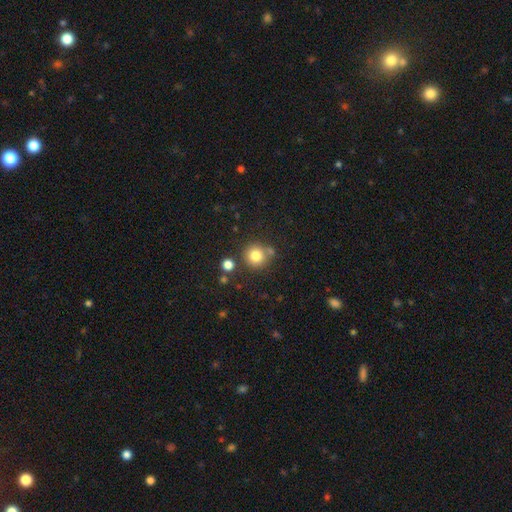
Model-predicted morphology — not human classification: Smooth or featured: smooth — 80% (star or artifact — 12%)
How rounded: round — 92% (in between — 7%)
Merging: none — 73% (merger — 13%)